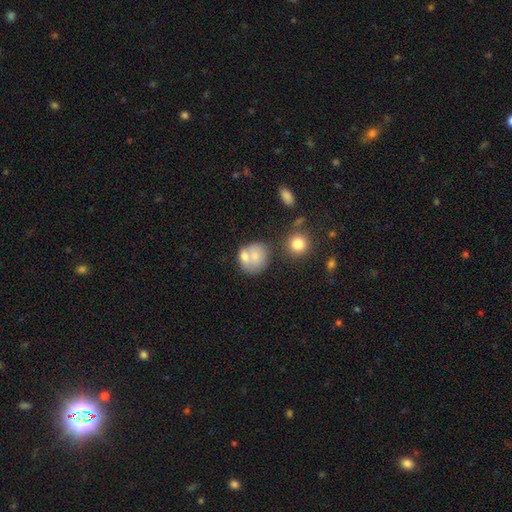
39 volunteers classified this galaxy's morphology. Smooth or featured? smooth (62%)
How rounded? round (88%)
Merging? none (39%)